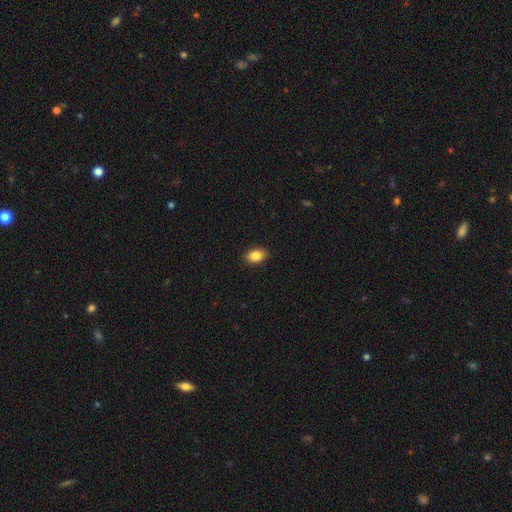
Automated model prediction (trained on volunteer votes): smooth 86%, star or artifact 8%, featured or disk 5%. Down the decision tree: how rounded — in between (85%); merging — none (90%).